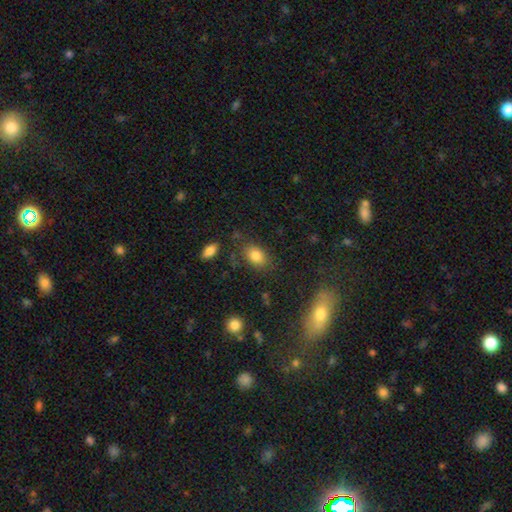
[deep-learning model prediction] smooth_or_featured: smooth (p=0.81) [alt: star or artifact p=0.11]
how_rounded: in between (p=0.78) [alt: round p=0.20]
merging: none (p=0.74) [alt: minor disturbance p=0.16]